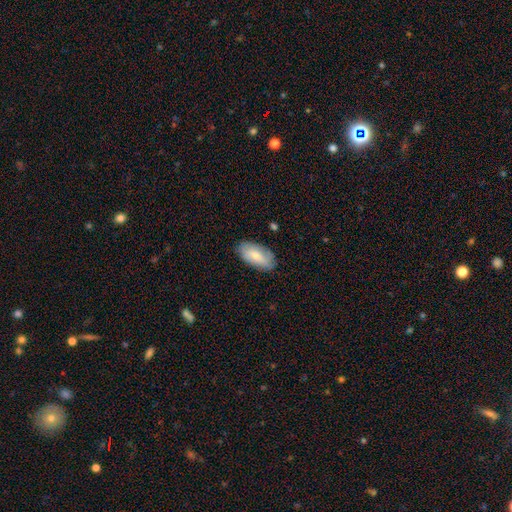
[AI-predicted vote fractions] This is likely a smooth galaxy (68%). How rounded: clearly in between (92%). Merging: clearly none (82%).